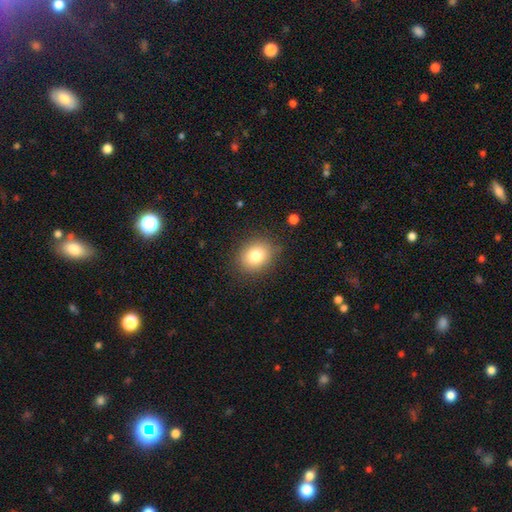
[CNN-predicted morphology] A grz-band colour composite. It shows a smooth galaxy with no disk features (81%) that is round (58%). Merging: none (85%).